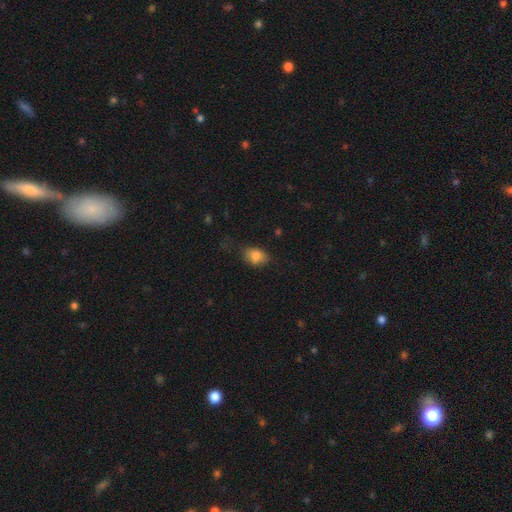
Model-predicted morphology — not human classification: This appears to be a smooth galaxy with no disk features (83%) that is in between round and cigar-shaped (76%). Merging: none (60%).